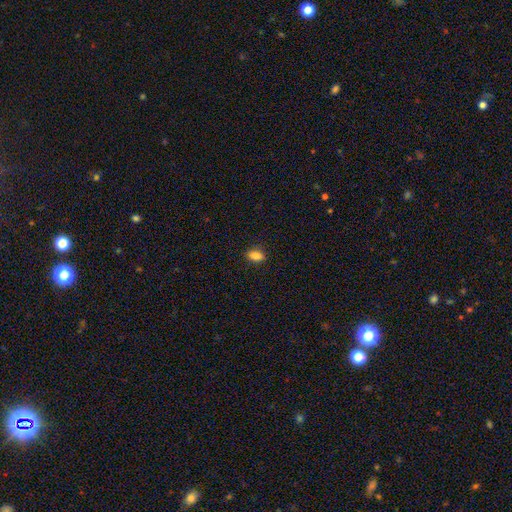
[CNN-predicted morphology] A smooth galaxy with no disk features (87%) that is in between round and cigar-shaped (85%).

Vote fractions:
- Smooth or featured? smooth: 87% / star or artifact: 9% / featured or disk: 4%
- How rounded? in between: 85% / round: 8% / cigar-shaped: 7%
- Merging? none: 86% / minor disturbance: 10% / major disturbance: 2% / merger: 1%